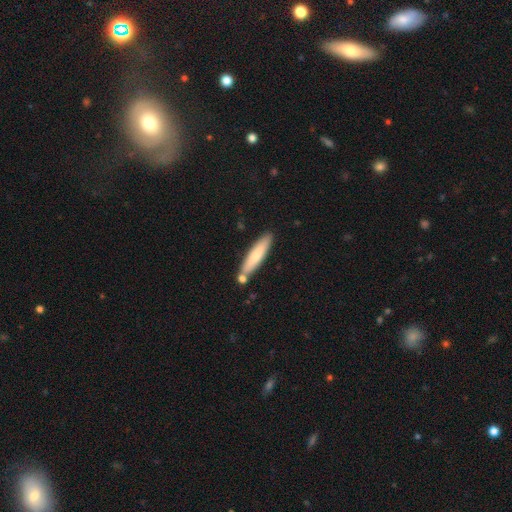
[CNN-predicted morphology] smooth_or_featured: smooth (p=0.75) [alt: featured or disk p=0.20]
how_rounded: cigar-shaped (p=0.85) [alt: in between p=0.14]
merging: none (p=0.76) [alt: minor disturbance p=0.12]